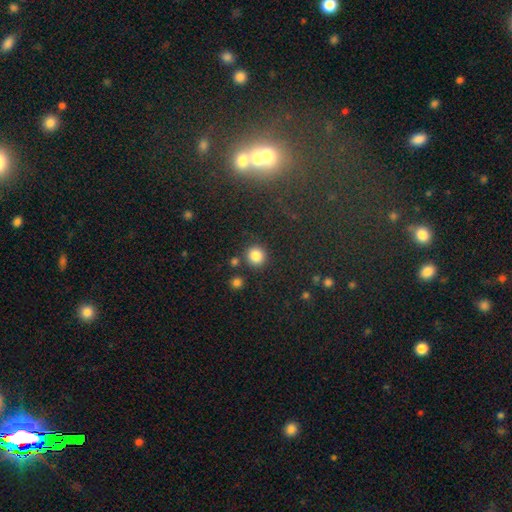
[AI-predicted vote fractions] The model was most divided on "smooth or featured": smooth: 83%, star or artifact: 12%, featured or disk: 5%. More confident: how rounded — round (92%); merging — none (84%).